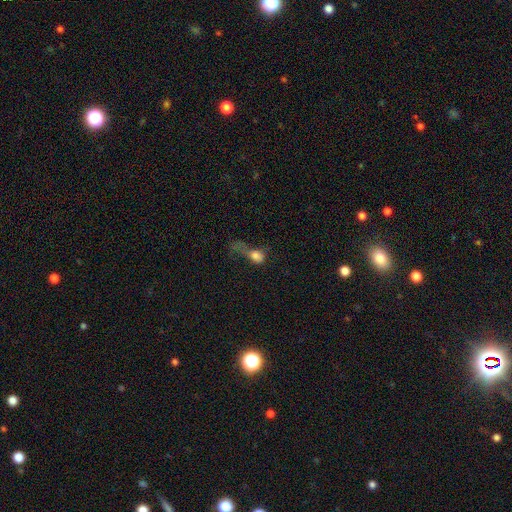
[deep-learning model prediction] This appears to be a smooth galaxy with no disk features (70%) that is in between round and cigar-shaped (62%). Merging: major disturbance (62%).